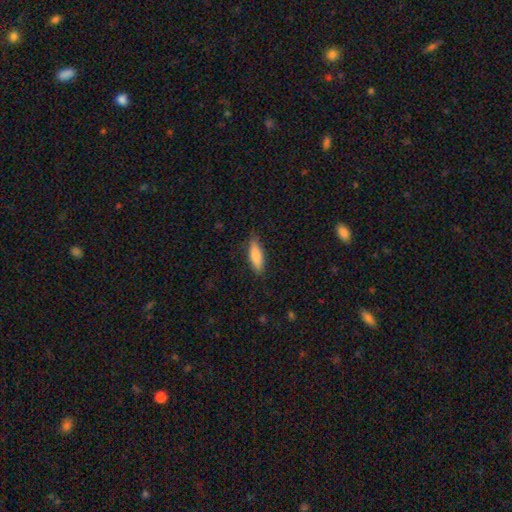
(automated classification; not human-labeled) smooth_or_featured: smooth (p=0.81) [alt: featured or disk p=0.13]
how_rounded: cigar-shaped (p=0.52) [alt: in between p=0.46]
merging: none (p=0.81) [alt: minor disturbance p=0.15]